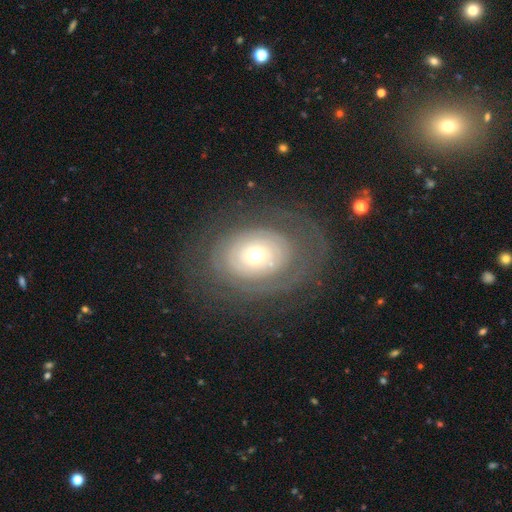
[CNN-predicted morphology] Q: Smooth or featured?
A: featured or disk (69%); runner-up: smooth (24%)
Q: Edge-on disk?
A: no (95%); runner-up: yes (5%)
Q: Bar?
A: no (88%); runner-up: weak (9%)
Q: Spiral arms?
A: yes (60%); runner-up: no (40%)
Q: Bulge size?
A: moderate (58%); runner-up: small (33%)
Q: Merging?
A: none (70%); runner-up: minor disturbance (16%)